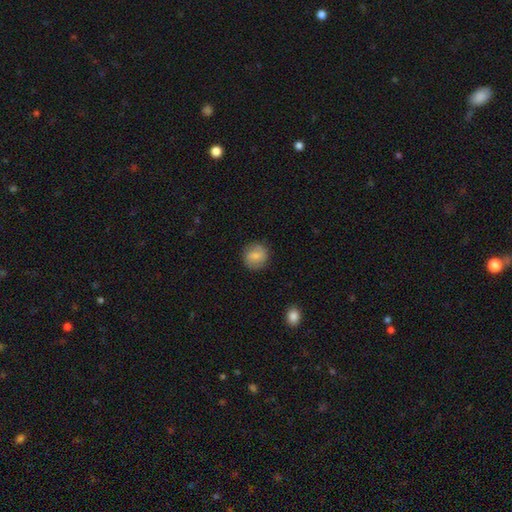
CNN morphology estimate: smooth 73%, featured or disk 19%, star or artifact 8%. Down the decision tree: how rounded — round (90%); merging — none (86%).